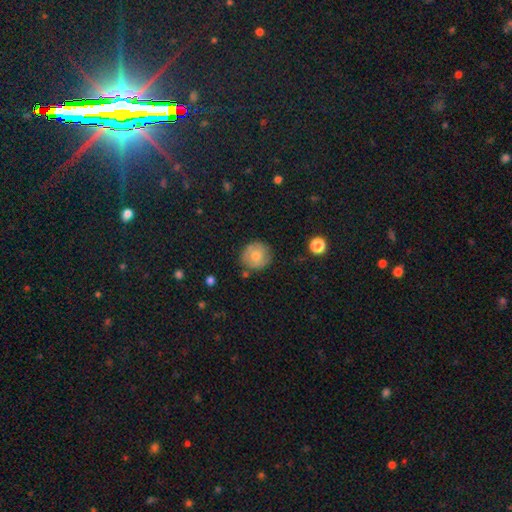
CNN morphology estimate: A smooth galaxy with no disk features (65%) that is round (87%).

Vote fractions:
- Smooth or featured? smooth: 65% / featured or disk: 26% / star or artifact: 8%
- How rounded? round: 87% / in between: 12% / cigar-shaped: 1%
- Merging? none: 78% / minor disturbance: 16% / major disturbance: 4% / merger: 3%